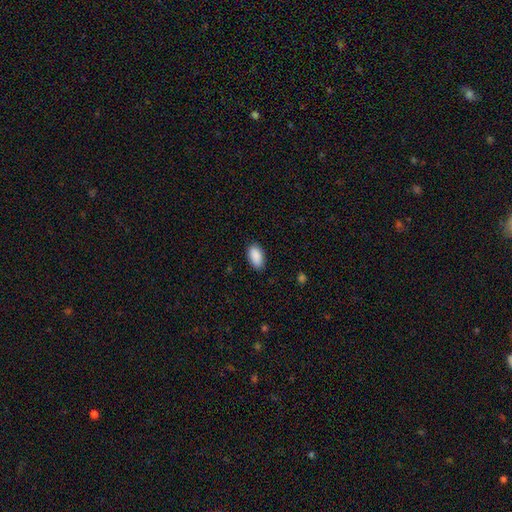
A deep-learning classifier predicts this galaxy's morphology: Smooth or featured: smooth — 90% (star or artifact — 6%)
How rounded: in between — 94% (cigar-shaped — 3%)
Merging: none — 84% (minor disturbance — 12%)